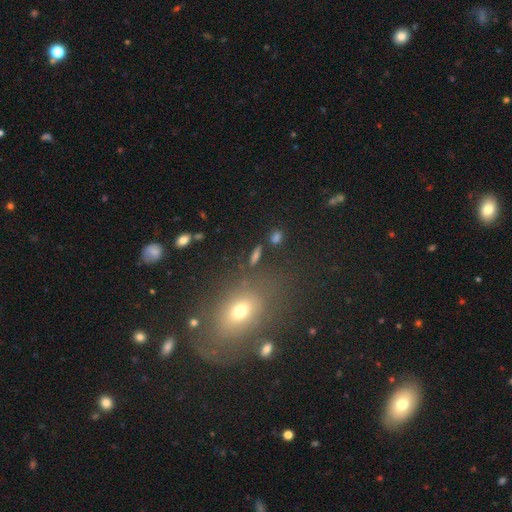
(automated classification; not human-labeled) A smooth galaxy with no disk features (57%) that is in between round and cigar-shaped (66%).

Vote fractions:
- Smooth or featured? smooth: 57% / star or artifact: 25% / featured or disk: 18%
- How rounded? in between: 66% / round: 31% / cigar-shaped: 3%
- Merging? none: 73% / minor disturbance: 14% / major disturbance: 8% / merger: 5%